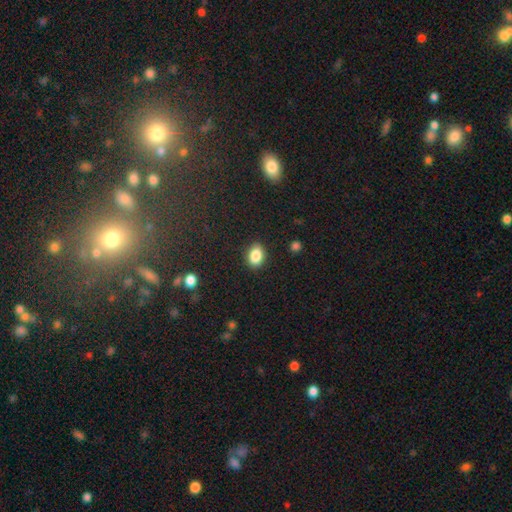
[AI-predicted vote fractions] This appears to be a smooth galaxy with no disk features (86%) that is in between round and cigar-shaped (77%). Merging: none (88%).